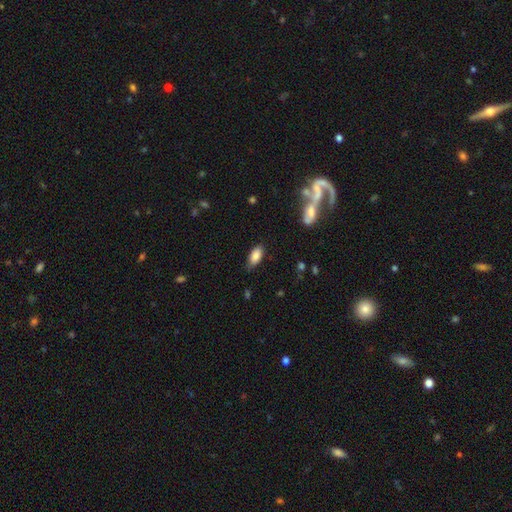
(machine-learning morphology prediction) A smooth galaxy with no disk features (85%) that is in between round and cigar-shaped (91%). Merging: none (74%).